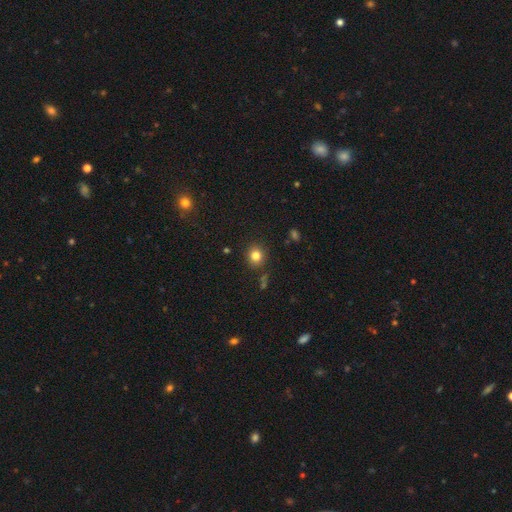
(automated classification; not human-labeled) Smooth or featured? Predicted: smooth (p=0.81). How rounded? Predicted: round (p=0.85). Merging? Predicted: none (p=0.87).